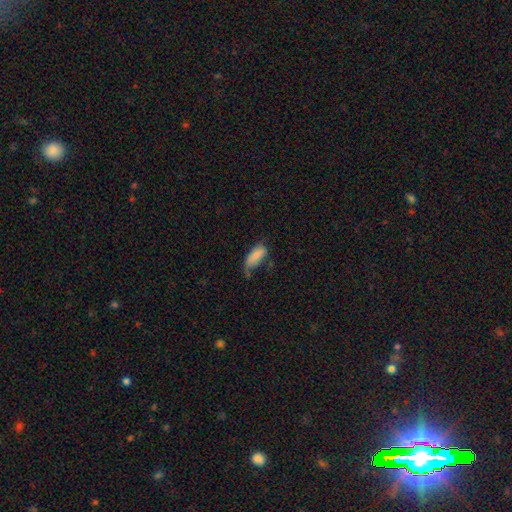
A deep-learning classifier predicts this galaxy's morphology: type=smooth (81%); roundness=in between (84%); merging=minor disturbance (37%).